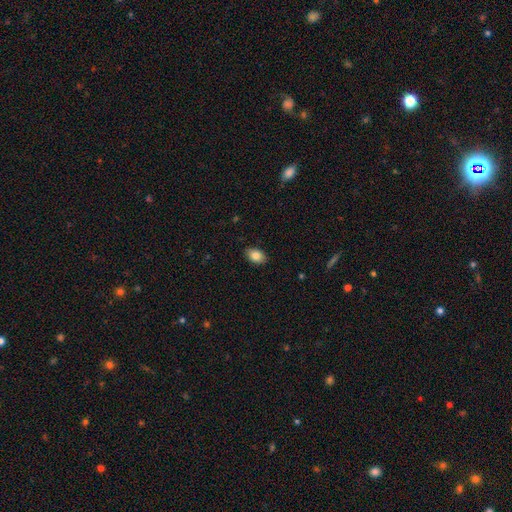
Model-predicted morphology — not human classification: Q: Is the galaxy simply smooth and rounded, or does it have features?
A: smooth — 84%.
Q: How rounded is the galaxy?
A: in between — 85%.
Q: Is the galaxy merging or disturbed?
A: none — 88%.